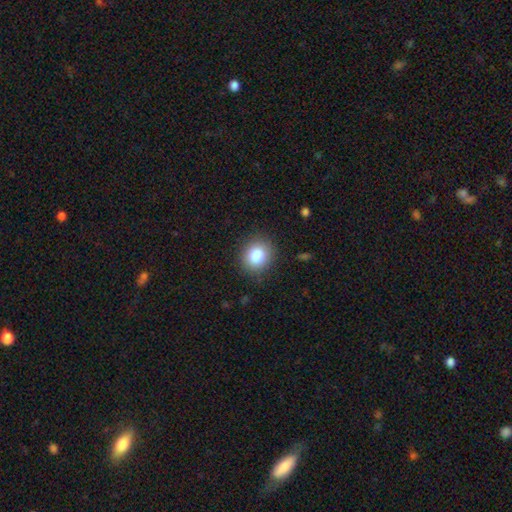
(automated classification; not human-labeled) A smooth galaxy with no disk features (82%) that is round (79%). Merging: none (89%).